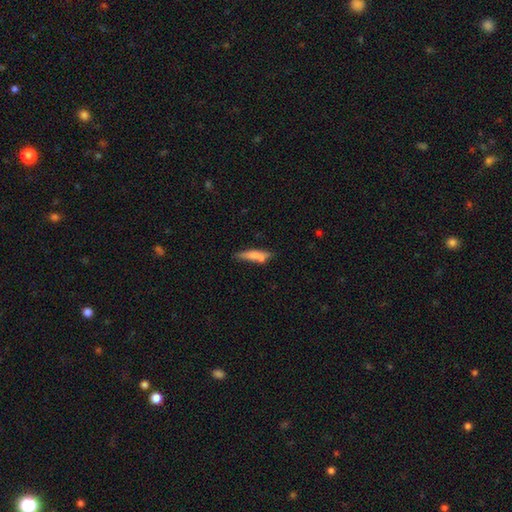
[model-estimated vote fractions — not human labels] Overall: smooth (71%). How rounded: cigar-shaped (74%). Merging: none (61%).